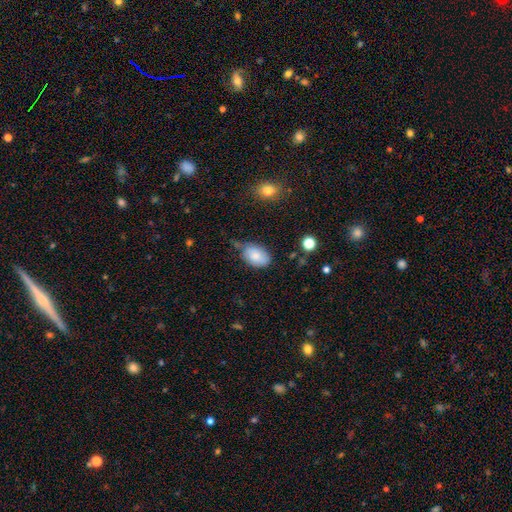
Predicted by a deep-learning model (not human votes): smooth_or_featured: smooth (p=0.80) [alt: featured or disk p=0.12]
how_rounded: in between (p=0.90) [alt: round p=0.09]
merging: none (p=0.55) [alt: minor disturbance p=0.33]